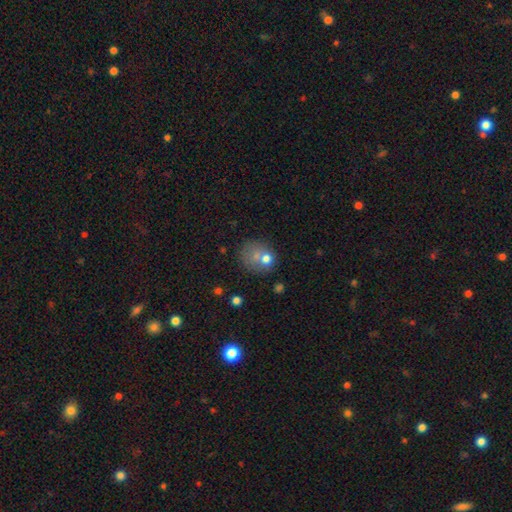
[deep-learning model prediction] smooth 67%, featured or disk 21%, star or artifact 12%. Down the decision tree: how rounded — round (72%); merging — none (45%).